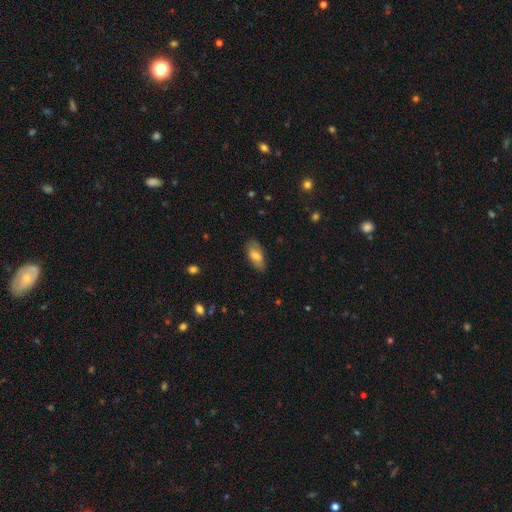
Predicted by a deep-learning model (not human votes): Overall: smooth (71%). How rounded: in between (87%). Merging: none (78%).